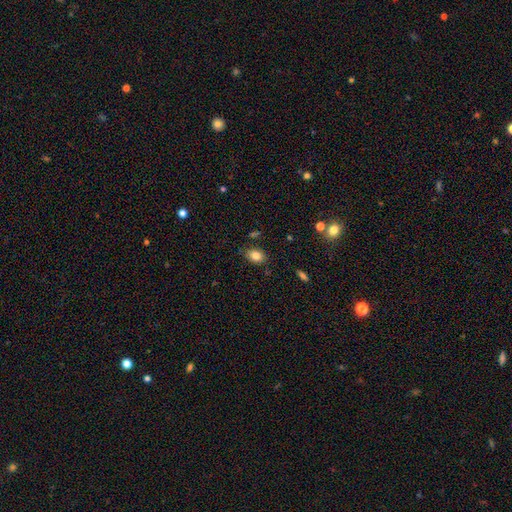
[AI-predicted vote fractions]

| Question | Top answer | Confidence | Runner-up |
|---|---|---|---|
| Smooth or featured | smooth | 82% | star or artifact (10%) |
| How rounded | in between | 74% | round (25%) |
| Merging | none | 79% | minor disturbance (15%) |